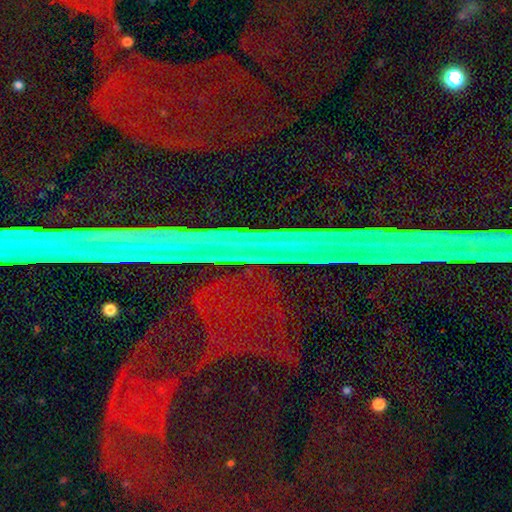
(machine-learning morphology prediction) star or artifact 85%, featured or disk 9%, smooth 7%.